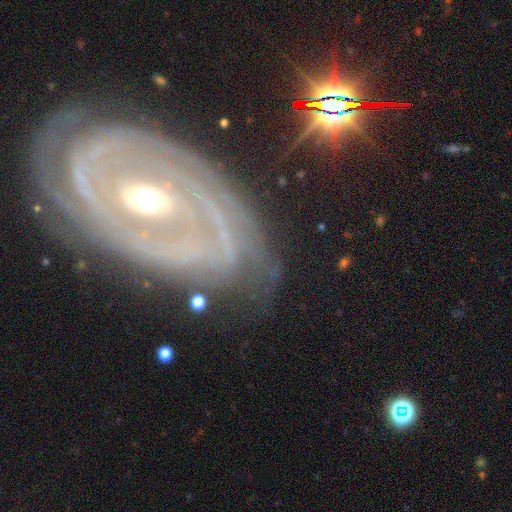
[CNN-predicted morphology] smooth_or_featured: featured or disk (p=0.86) [alt: star or artifact p=0.07]
disk_edge_on: no (p=0.94) [alt: yes p=0.06]
bar: no (p=0.45) [alt: weak p=0.32]
has_spiral_arms: yes (p=0.91) [alt: no p=0.09]
spiral_winding: tight (p=0.75) [alt: medium p=0.20]
spiral_arm_count: 2 (p=0.33) [alt: can't tell p=0.28]
bulge_size: moderate (p=0.67) [alt: small p=0.26]
merging: none (p=0.76) [alt: minor disturbance p=0.15]